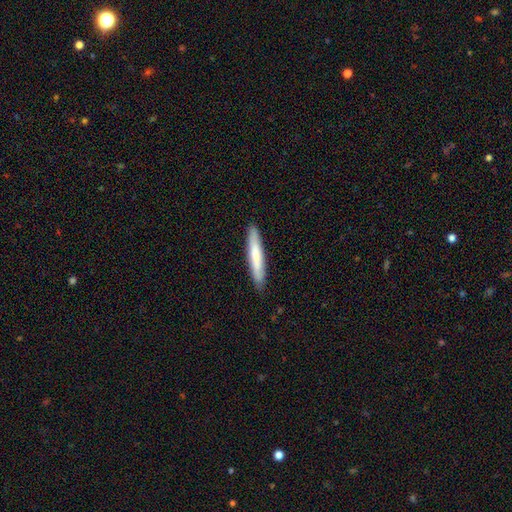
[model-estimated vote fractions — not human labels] smooth-or-featured: smooth: 71% | featured or disk: 24% | star or artifact: 5%
  how-rounded: cigar-shaped: 92% | in between: 6% | round: 1%
  merging: none: 89% | minor disturbance: 9% | major disturbance: 1% | merger: 1%